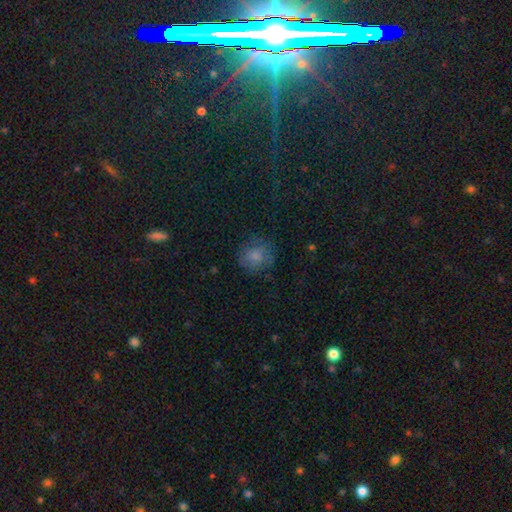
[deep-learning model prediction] smooth-or-featured: smooth: 70% | featured or disk: 19% | star or artifact: 11%
  how-rounded: round: 85% | in between: 14% | cigar-shaped: 1%
  merging: none: 73% | minor disturbance: 17% | major disturbance: 9% | merger: 1%